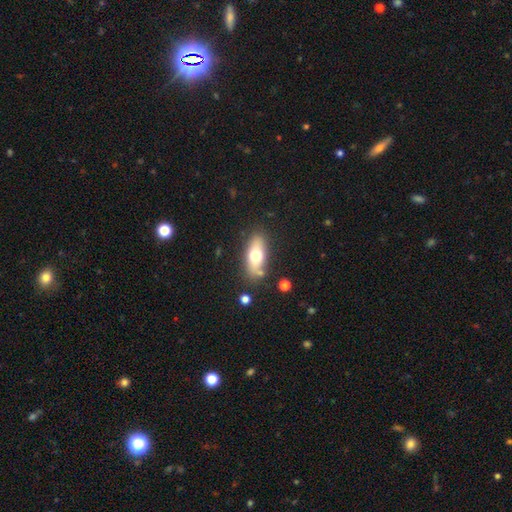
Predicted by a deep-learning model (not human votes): Morphology: type=smooth (64%); roundness=in between (77%); merging=none (77%).